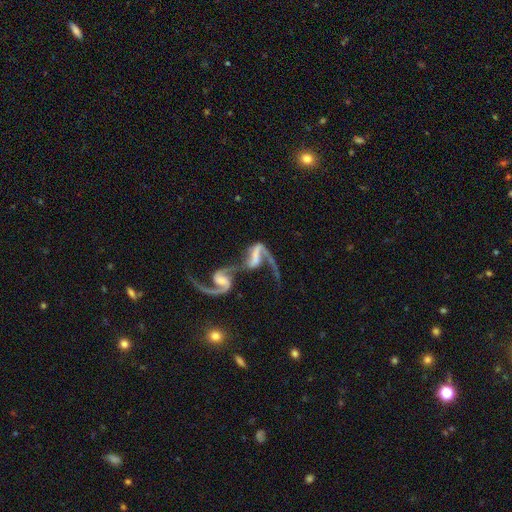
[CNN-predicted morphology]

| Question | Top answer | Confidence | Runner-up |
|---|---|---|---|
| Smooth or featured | featured or disk | 76% | smooth (17%) |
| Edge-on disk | no | 95% | yes (5%) |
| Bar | strong | 37% | no (32%) |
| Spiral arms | yes | 86% | no (14%) |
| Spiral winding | loose | 67% | medium (24%) |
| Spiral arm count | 2 | 60% | 1 (31%) |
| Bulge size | none | 44% | small (21%) |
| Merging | merger | 74% | major disturbance (13%) |